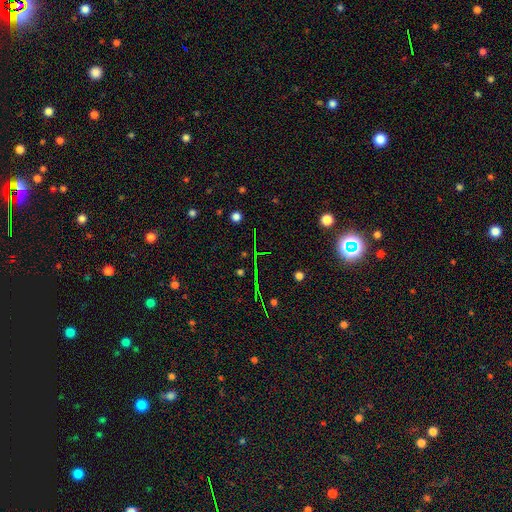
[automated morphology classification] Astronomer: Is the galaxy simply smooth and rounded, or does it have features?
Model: star or artifact — 69%.